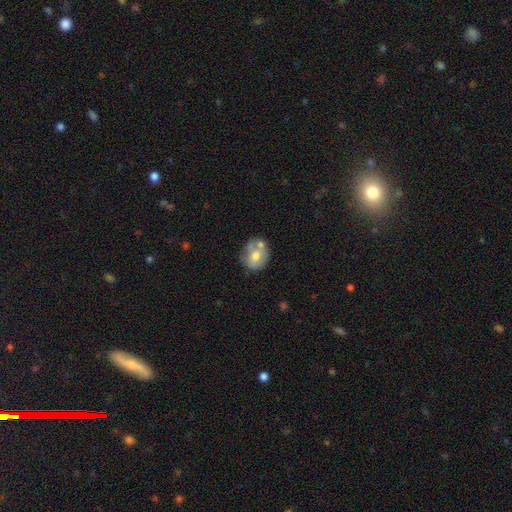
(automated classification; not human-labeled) Smooth or featured?
  - smooth: 56% *
  - featured or disk: 35%
  - star or artifact: 8%
How rounded?
  - round: 65% *
  - in between: 34%
  - cigar-shaped: 1%
Merging?
  - none: 47% *
  - merger: 27%
  - minor disturbance: 19%
  - major disturbance: 7%